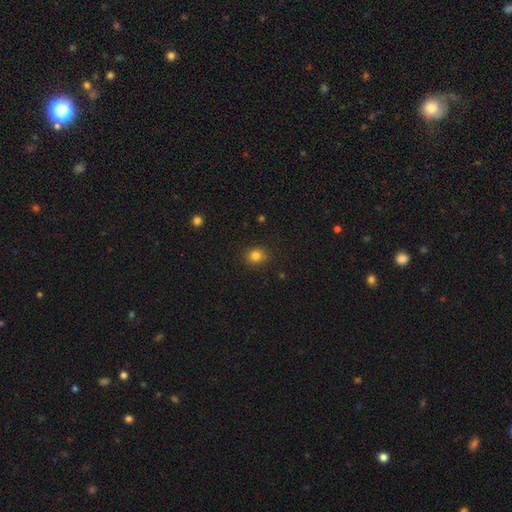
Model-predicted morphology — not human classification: A smooth galaxy with no disk features (82%) that is round (75%).

Vote fractions:
- Smooth or featured? smooth: 82% / star or artifact: 12% / featured or disk: 5%
- How rounded? round: 75% / in between: 24% / cigar-shaped: 1%
- Merging? none: 89% / minor disturbance: 7% / major disturbance: 2% / merger: 1%